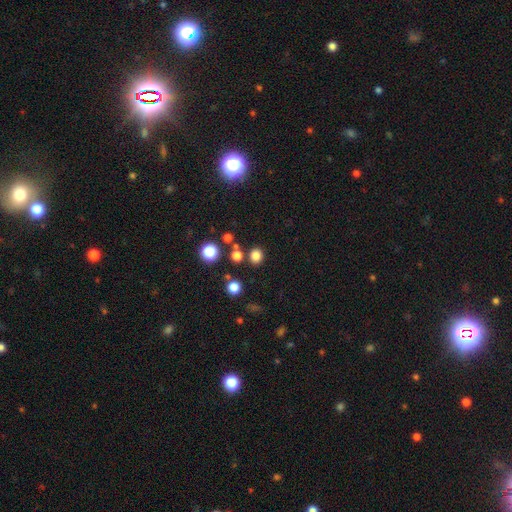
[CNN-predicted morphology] smooth_or_featured: smooth (p=0.80) [alt: star or artifact p=0.16]
how_rounded: round (p=0.76) [alt: in between p=0.23]
merging: none (p=0.83) [alt: minor disturbance p=0.08]